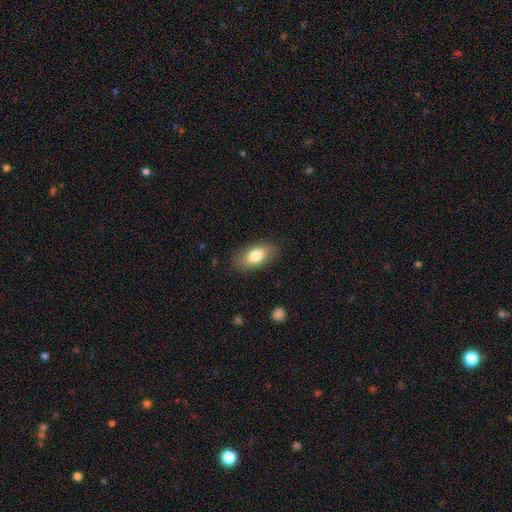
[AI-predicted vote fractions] Overall: smooth (78%). How rounded: in between (88%). Merging: none (85%).